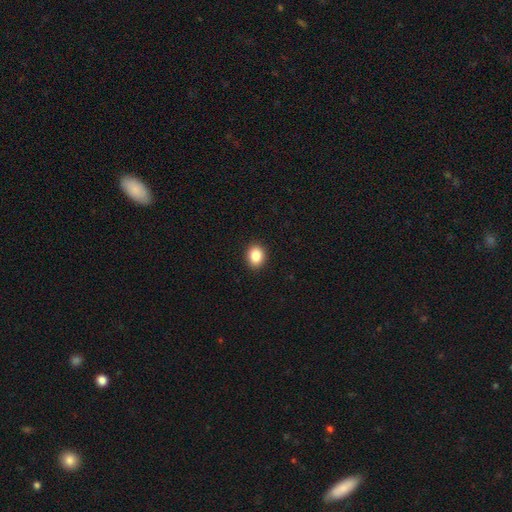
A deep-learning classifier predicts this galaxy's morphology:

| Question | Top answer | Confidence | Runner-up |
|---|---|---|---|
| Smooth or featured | smooth | 86% | star or artifact (9%) |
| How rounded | round | 50% | in between (49%) |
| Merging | none | 91% | minor disturbance (6%) |